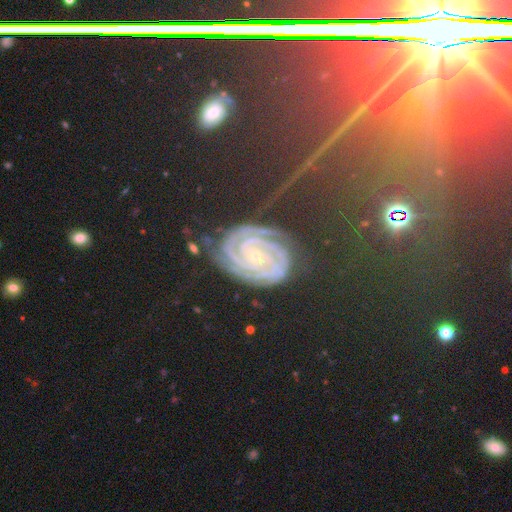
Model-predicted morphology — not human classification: A featured or disk galaxy (64%) with no bar (63%), 2 (30%) tight (86%) spiral arms (97%) and a small central bulge (79%). Merging: none (83%).